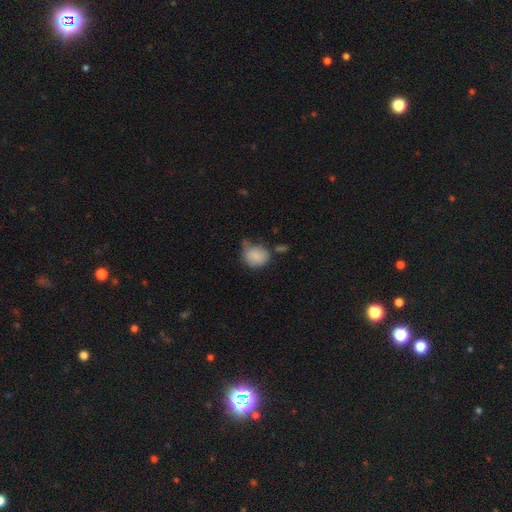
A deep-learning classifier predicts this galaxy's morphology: Q: Smooth or featured?
A: smooth (85%); runner-up: star or artifact (8%)
Q: How rounded?
A: round (64%); runner-up: in between (35%)
Q: Merging?
A: none (45%); runner-up: minor disturbance (33%)